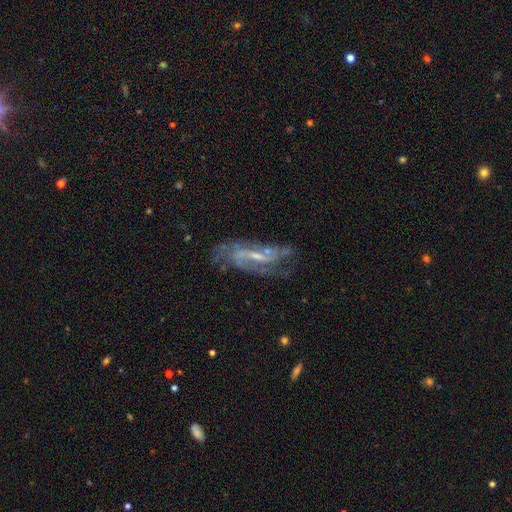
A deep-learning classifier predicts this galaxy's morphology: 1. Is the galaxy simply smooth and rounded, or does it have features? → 81% featured or disk, 11% smooth, 8% star or artifact.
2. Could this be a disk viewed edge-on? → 85% no, 15% yes.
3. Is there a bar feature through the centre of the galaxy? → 44% weak, 33% strong, 23% no.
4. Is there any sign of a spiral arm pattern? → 90% yes, 10% no.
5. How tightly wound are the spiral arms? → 45% medium, 28% loose, 27% tight.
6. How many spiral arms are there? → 60% 2, 21% can't tell, 8% 3, 4% 1, 3% 4, 3% more than 4.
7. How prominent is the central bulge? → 56% small, 28% moderate, 13% none, 2% large, 1% dominant.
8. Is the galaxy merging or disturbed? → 61% none, 21% minor disturbance, 14% major disturbance, 3% merger.